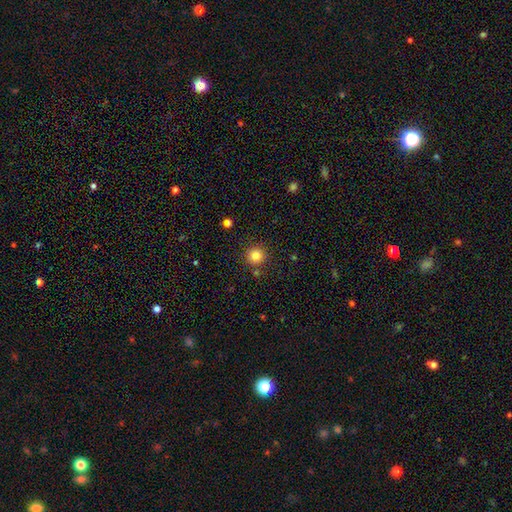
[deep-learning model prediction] Smooth or featured?
  - smooth: 83% *
  - star or artifact: 12%
  - featured or disk: 5%
How rounded?
  - round: 95% *
  - in between: 5%
  - cigar-shaped: 1%
Merging?
  - none: 87% *
  - minor disturbance: 7%
  - merger: 4%
  - major disturbance: 2%